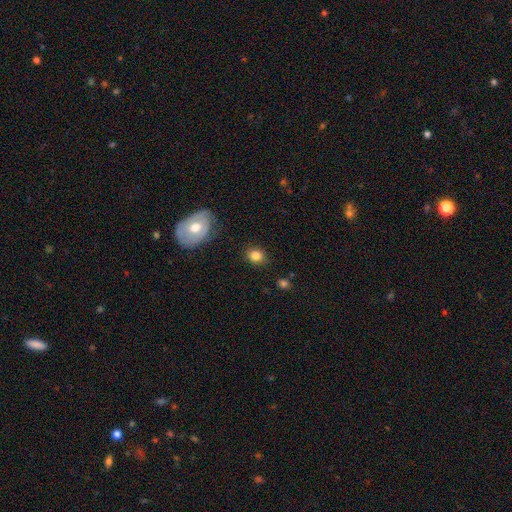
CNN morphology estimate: Q: Smooth or featured?
A: smooth (82%); runner-up: star or artifact (10%)
Q: How rounded?
A: round (66%); runner-up: in between (33%)
Q: Merging?
A: none (83%); runner-up: minor disturbance (12%)